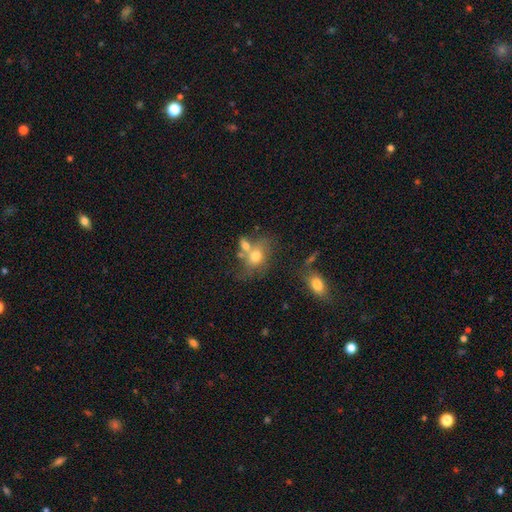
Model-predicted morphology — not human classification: smooth_or_featured: smooth (p=0.65) [alt: featured or disk p=0.24]
how_rounded: in between (p=0.62) [alt: round p=0.37]
merging: merger (p=0.40) [alt: none p=0.34]